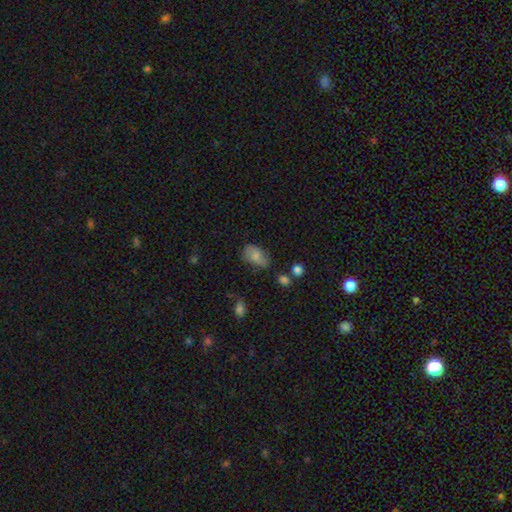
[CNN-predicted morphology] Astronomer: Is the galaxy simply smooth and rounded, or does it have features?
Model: smooth — 71%.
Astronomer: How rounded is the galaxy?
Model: in between — 88%.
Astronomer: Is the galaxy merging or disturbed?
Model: none — 52% (runner-up: minor disturbance, 33%).